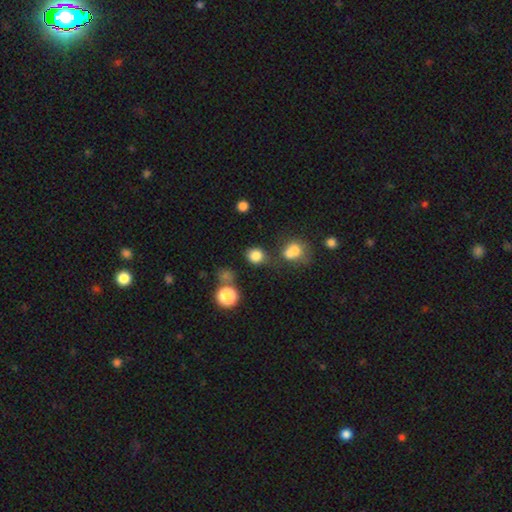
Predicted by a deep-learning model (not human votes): Overall: smooth (80%). How rounded: round (74%). Merging: none (68%).